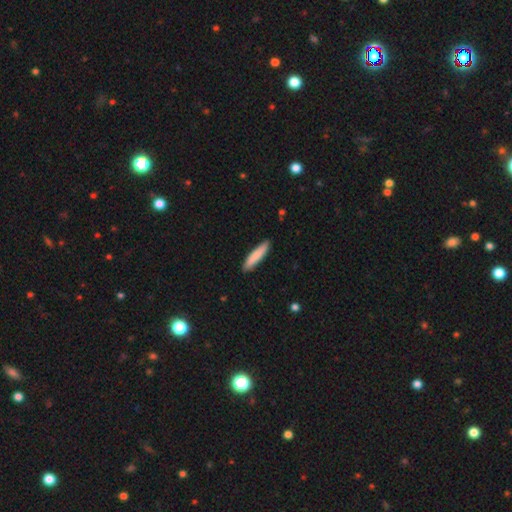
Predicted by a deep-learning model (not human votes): smooth_or_featured: smooth (p=0.84) [alt: featured or disk p=0.11]
how_rounded: cigar-shaped (p=0.85) [alt: in between p=0.13]
merging: none (p=0.90) [alt: minor disturbance p=0.08]